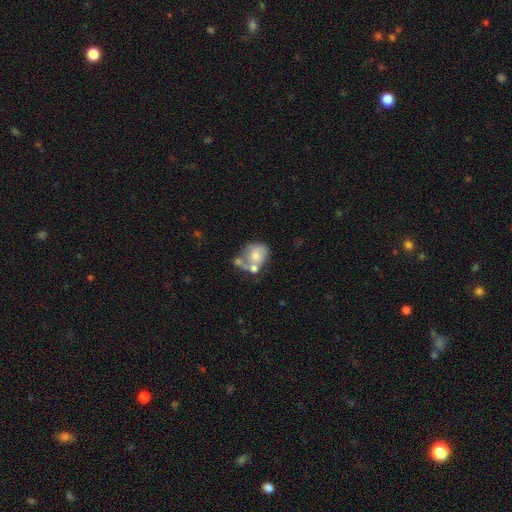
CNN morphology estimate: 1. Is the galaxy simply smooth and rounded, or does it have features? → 55% smooth, 36% featured or disk, 8% star or artifact.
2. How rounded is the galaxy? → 50% round, 49% in between, 1% cigar-shaped.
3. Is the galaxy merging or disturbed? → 42% merger, 24% none, 18% major disturbance, 17% minor disturbance.